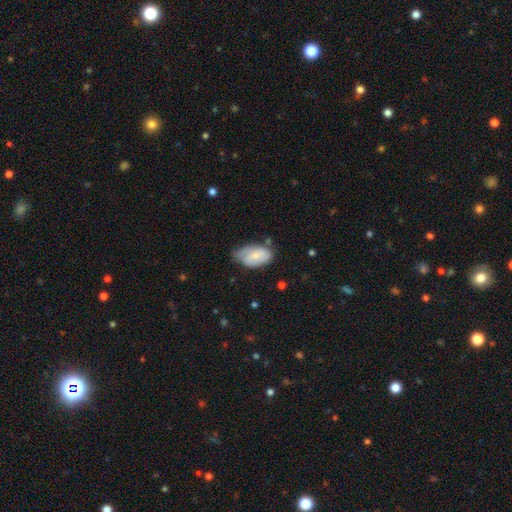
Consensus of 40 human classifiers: Smooth or featured?
  - smooth: 70% *
  - featured or disk: 30%
  - star or artifact: 0%
How rounded?
  - in between: 96% *
  - round: 4%
  - cigar-shaped: 0%
Merging?
  - minor disturbance: 52% *
  - none: 38%
  - major disturbance: 8%
  - merger: 2%